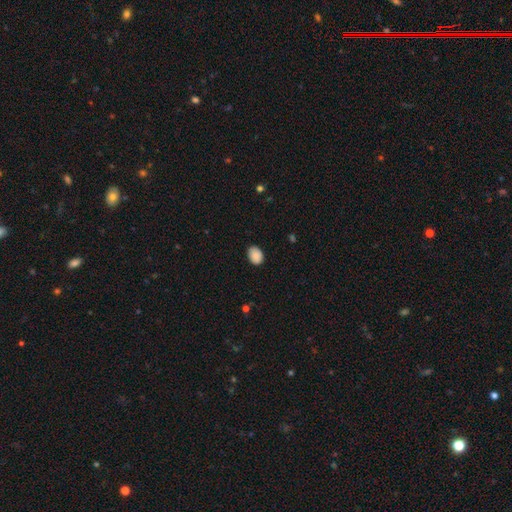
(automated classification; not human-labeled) A smooth galaxy with no disk features (88%) that is in between round and cigar-shaped (69%). Merging: none (83%).